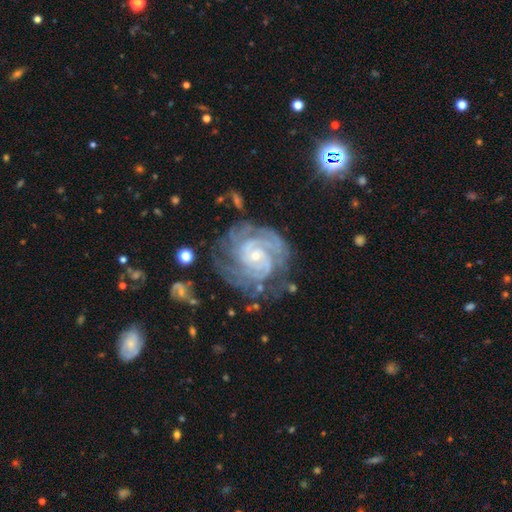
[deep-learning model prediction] A featured or disk galaxy (90%) with no bar (66%), 2 (25%) tight (74%) spiral arms (98%) and a small central bulge (73%).

Vote fractions:
- Smooth or featured? featured or disk: 90% / star or artifact: 6% / smooth: 4%
- Edge-on disk? no: 98% / yes: 2%
- Bar? no: 66% / weak: 26% / strong: 8%
- Spiral arms? yes: 98% / no: 2%
- Spiral winding? tight: 74% / medium: 23% / loose: 4%
- Spiral arm count? 2: 25% / 3: 23% / can't tell: 23% / 4: 16% / more than 4: 8% / 1: 6%
- Bulge size? small: 73% / moderate: 23% / none: 2% / large: 1% / dominant: 1%
- Merging? none: 66% / minor disturbance: 21% / major disturbance: 11% / merger: 3%